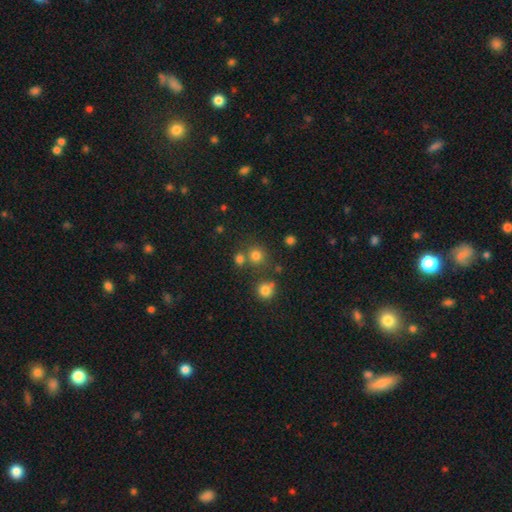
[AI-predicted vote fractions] This appears to be a smooth galaxy with no disk features (75%) that is round (88%). Merging: none (69%).